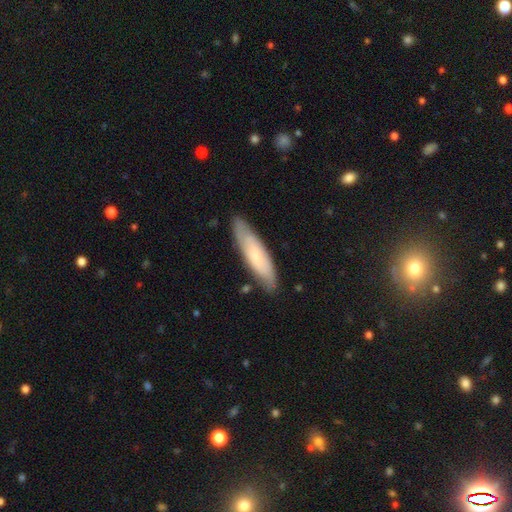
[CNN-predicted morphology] smooth_or_featured: smooth (p=0.56) [alt: featured or disk p=0.38]
how_rounded: cigar-shaped (p=0.71) [alt: in between p=0.28]
merging: none (p=0.83) [alt: minor disturbance p=0.13]